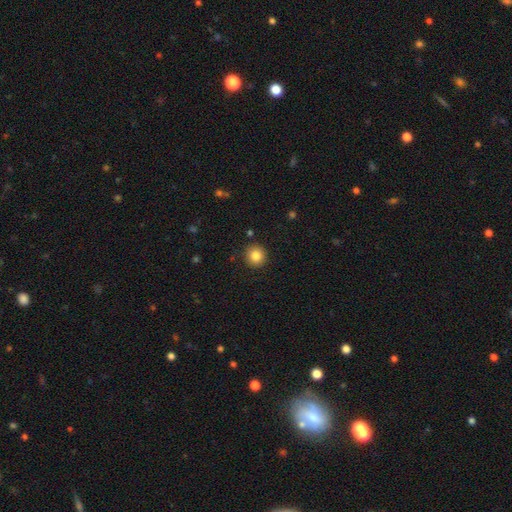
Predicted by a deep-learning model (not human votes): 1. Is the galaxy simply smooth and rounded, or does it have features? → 84% smooth, 10% star or artifact, 6% featured or disk.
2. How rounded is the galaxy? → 93% round, 6% in between, 1% cigar-shaped.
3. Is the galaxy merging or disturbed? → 91% none, 6% minor disturbance, 2% major disturbance, 1% merger.